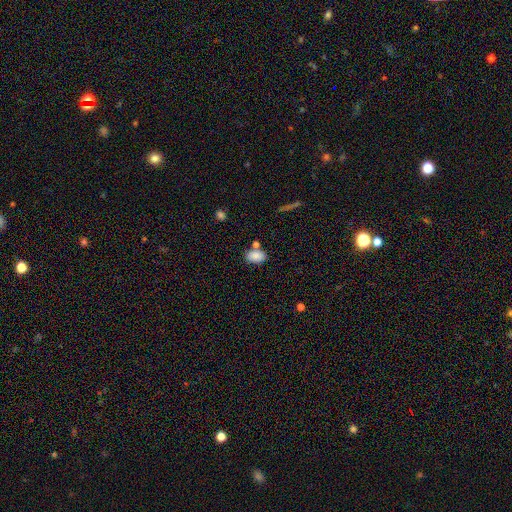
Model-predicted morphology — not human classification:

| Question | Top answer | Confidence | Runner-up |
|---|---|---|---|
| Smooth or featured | smooth | 85% | star or artifact (8%) |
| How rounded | in between | 89% | round (10%) |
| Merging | none | 67% | merger (15%) |